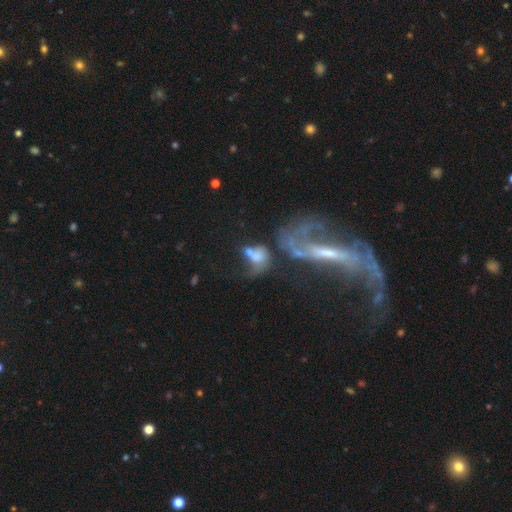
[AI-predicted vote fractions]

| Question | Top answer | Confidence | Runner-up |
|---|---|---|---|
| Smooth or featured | smooth | 49% | featured or disk (37%) |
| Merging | merger | 45% | major disturbance (29%) |